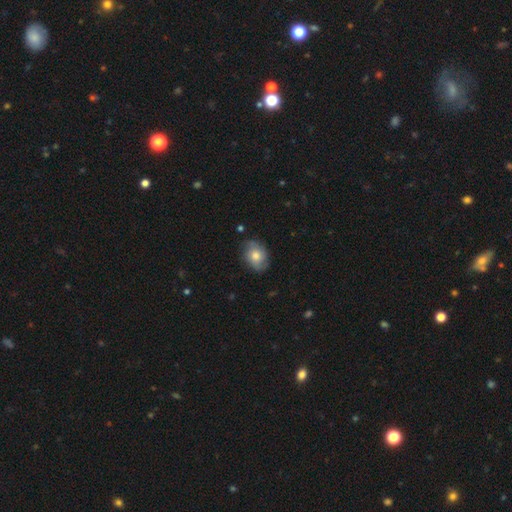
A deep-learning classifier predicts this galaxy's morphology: smooth-or-featured: smooth: 50% | featured or disk: 43% | star or artifact: 8%
  merging: none: 73% | minor disturbance: 20% | major disturbance: 5% | merger: 1%